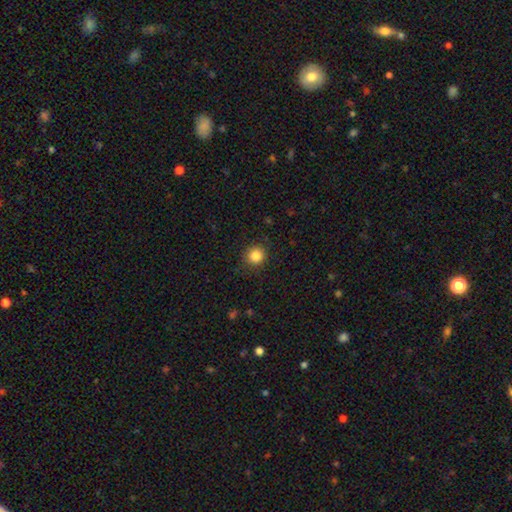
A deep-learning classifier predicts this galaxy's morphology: Smooth or featured?
  - smooth: 85% *
  - star or artifact: 11%
  - featured or disk: 4%
How rounded?
  - round: 93% *
  - in between: 6%
  - cigar-shaped: 1%
Merging?
  - none: 90% *
  - minor disturbance: 7%
  - major disturbance: 2%
  - merger: 1%